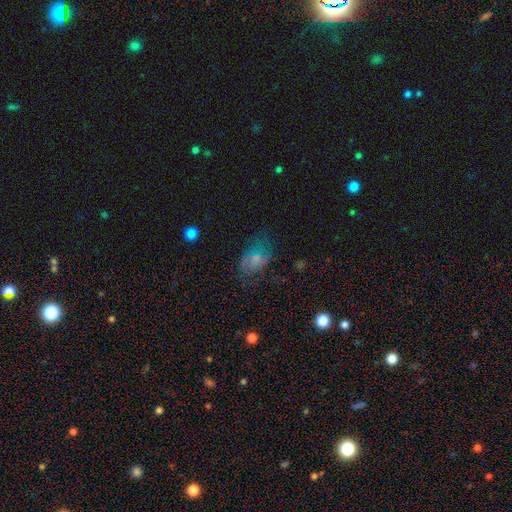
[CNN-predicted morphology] smooth-or-featured: smooth: 46% | featured or disk: 35% | star or artifact: 19%
  merging: none: 56% | minor disturbance: 23% | major disturbance: 18% | merger: 2%